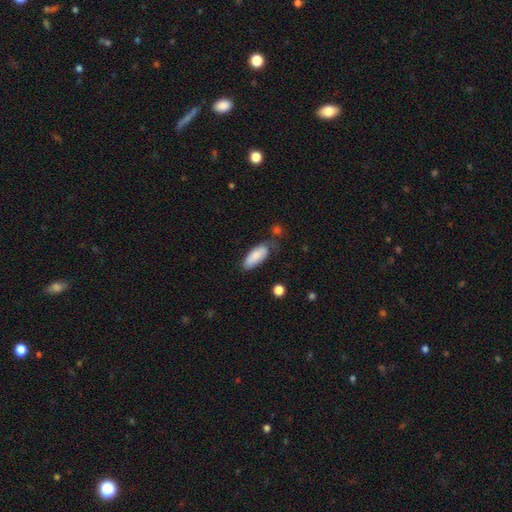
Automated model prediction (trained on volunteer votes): Q: Smooth or featured?
A: smooth (83%); runner-up: featured or disk (11%)
Q: How rounded?
A: in between (79%); runner-up: cigar-shaped (19%)
Q: Merging?
A: none (60%); runner-up: minor disturbance (28%)